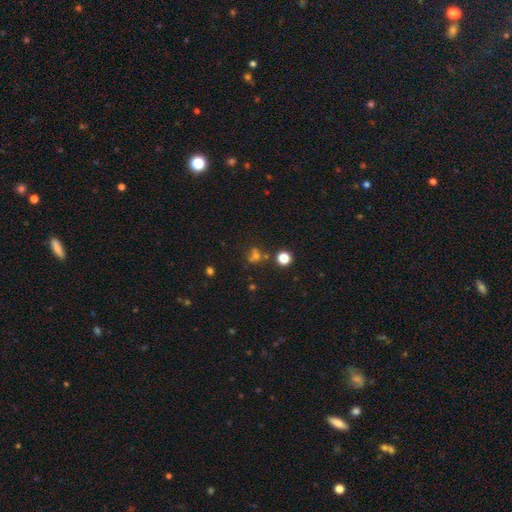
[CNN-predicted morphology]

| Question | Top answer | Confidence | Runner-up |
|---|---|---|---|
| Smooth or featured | smooth | 48% | star or artifact (37%) |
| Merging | none | 55% | merger (26%) |